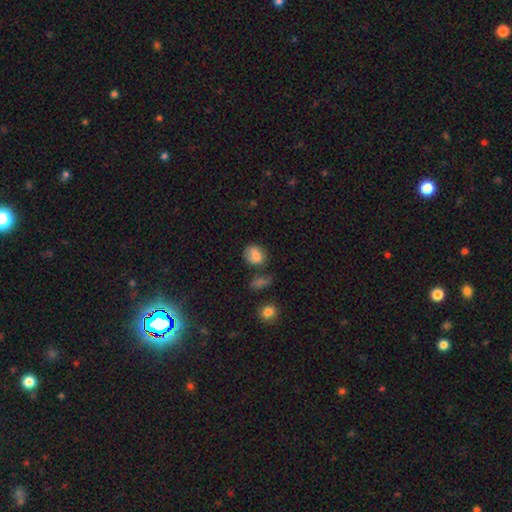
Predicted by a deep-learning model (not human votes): Smooth or featured?
  - smooth: 80% *
  - featured or disk: 10%
  - star or artifact: 9%
How rounded?
  - round: 58% *
  - in between: 41%
  - cigar-shaped: 1%
Merging?
  - none: 63% *
  - minor disturbance: 21%
  - merger: 9%
  - major disturbance: 6%